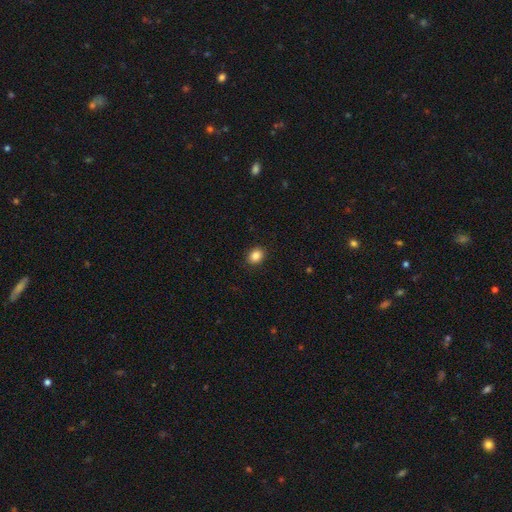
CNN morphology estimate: type=smooth (86%); roundness=round (56%); merging=none (91%).